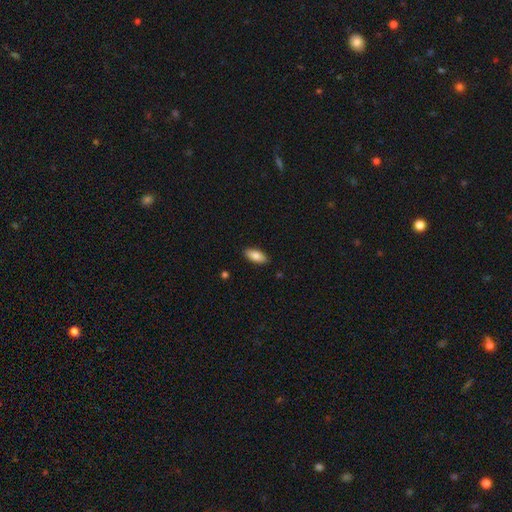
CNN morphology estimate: Overall: smooth (84%). How rounded: in between (85%). Merging: none (88%).